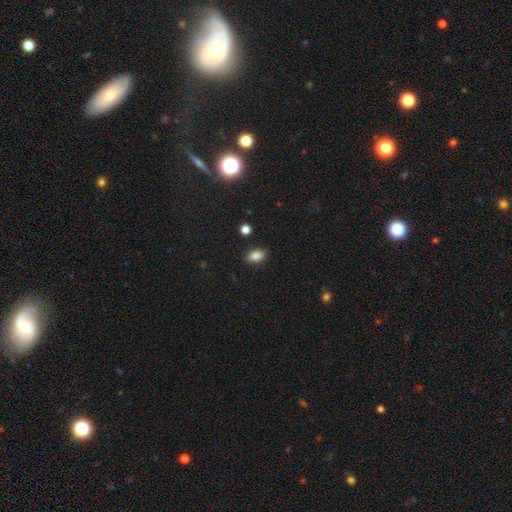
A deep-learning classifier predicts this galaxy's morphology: A smooth galaxy with no disk features (86%) that is in between round and cigar-shaped (86%). Merging: none (86%).